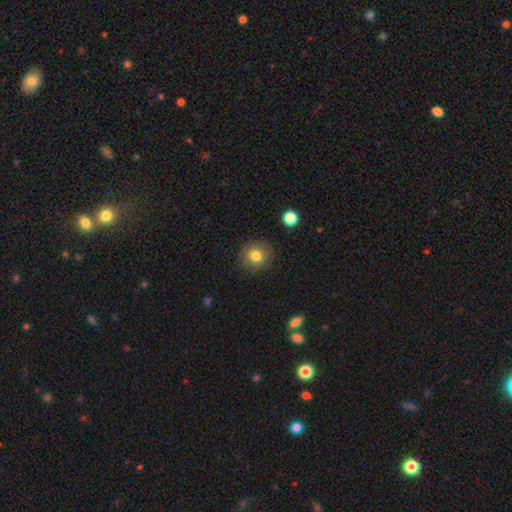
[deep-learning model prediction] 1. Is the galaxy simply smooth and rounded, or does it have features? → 82% smooth, 10% star or artifact, 8% featured or disk.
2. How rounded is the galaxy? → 87% round, 12% in between, 1% cigar-shaped.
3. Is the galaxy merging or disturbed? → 89% none, 7% minor disturbance, 2% major disturbance, 1% merger.